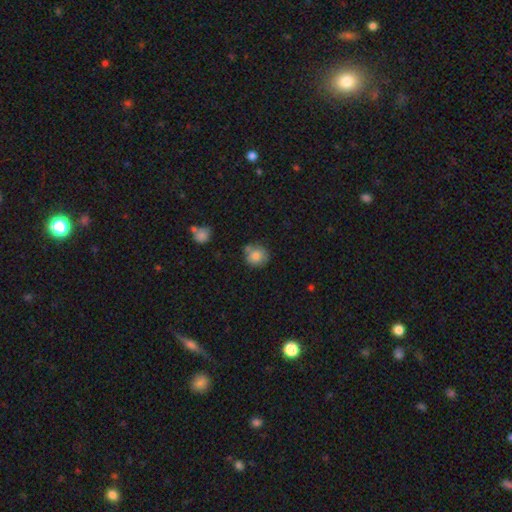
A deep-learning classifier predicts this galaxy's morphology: Q: Smooth or featured?
A: smooth (81%); runner-up: featured or disk (10%)
Q: How rounded?
A: round (88%); runner-up: in between (11%)
Q: Merging?
A: none (69%); runner-up: minor disturbance (16%)